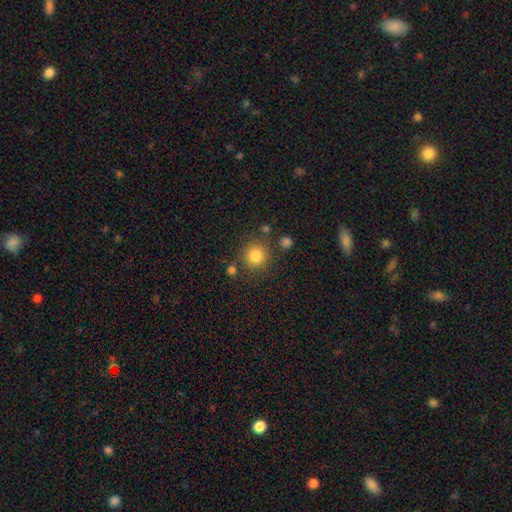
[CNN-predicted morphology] This appears to be a smooth galaxy with no disk features (82%) that is round (92%). Merging: none (82%).